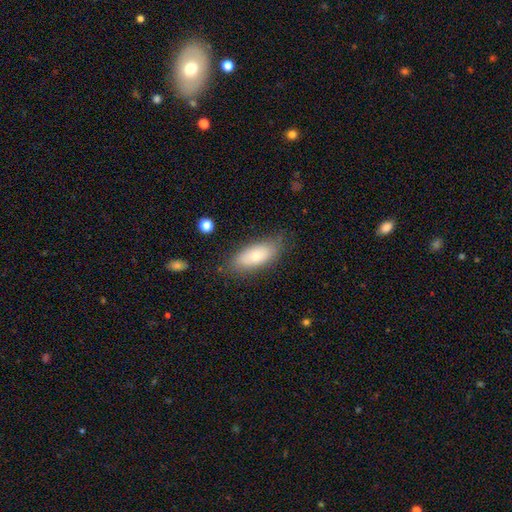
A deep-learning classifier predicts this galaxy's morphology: type=smooth (74%); roundness=in between (83%); merging=none (75%).